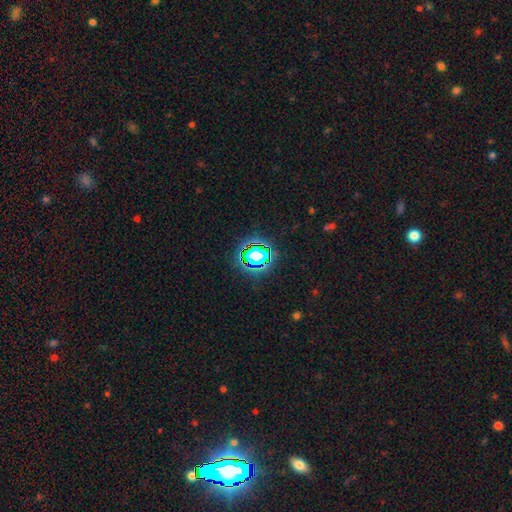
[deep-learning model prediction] This is likely a star or artifact rather than a galaxy (69%).